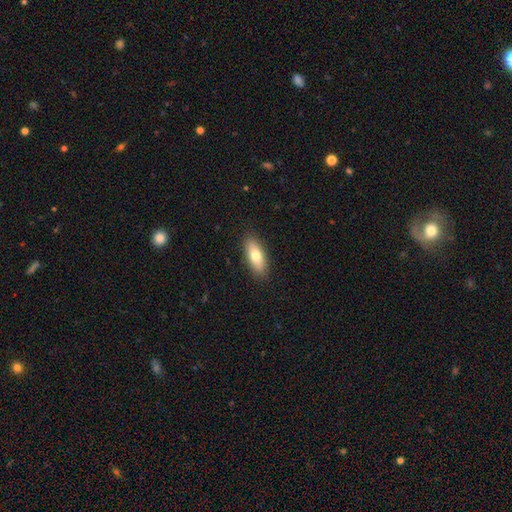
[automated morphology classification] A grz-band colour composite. It shows a smooth galaxy with no disk features (74%) that is in between round and cigar-shaped (74%). Merging: none (89%).